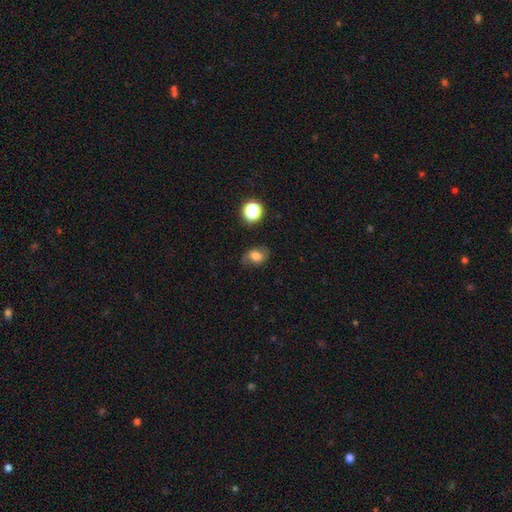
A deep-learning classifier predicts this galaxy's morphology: The model was most divided on "how rounded": in between: 61%, round: 37%, cigar-shaped: 2%. More confident: merging — none (64%); smooth or featured — smooth (61%).